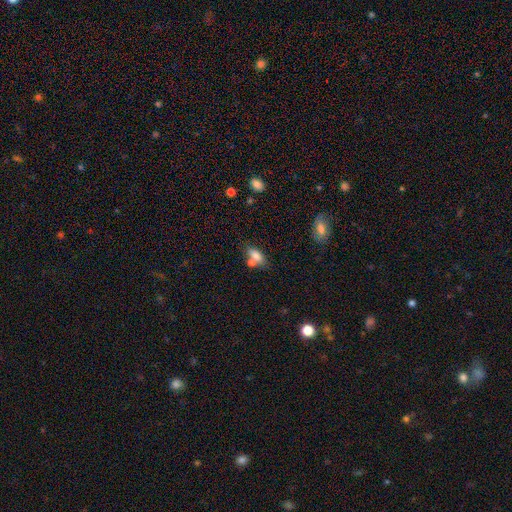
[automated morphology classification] This is likely a smooth galaxy (78%). How rounded: clearly in between (83%). Merging: possibly none (50%).